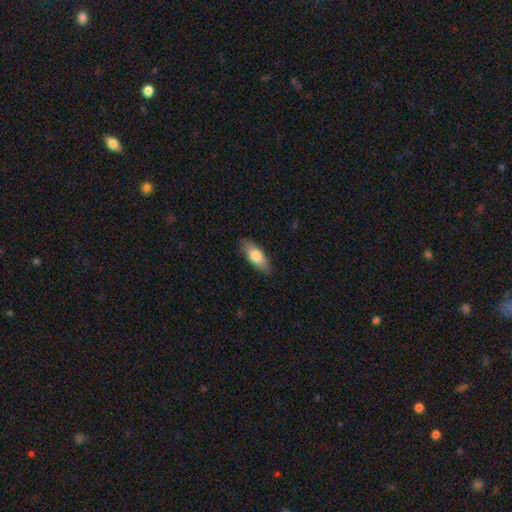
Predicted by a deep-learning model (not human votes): This appears to be a smooth galaxy with no disk features (76%) that is in between round and cigar-shaped (76%). Merging: none (85%).